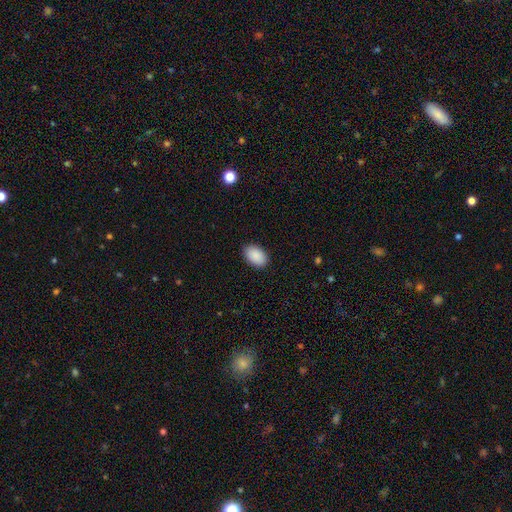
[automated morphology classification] Q: Smooth or featured?
A: smooth (90%); runner-up: star or artifact (6%)
Q: How rounded?
A: in between (91%); runner-up: round (8%)
Q: Merging?
A: none (88%); runner-up: minor disturbance (9%)